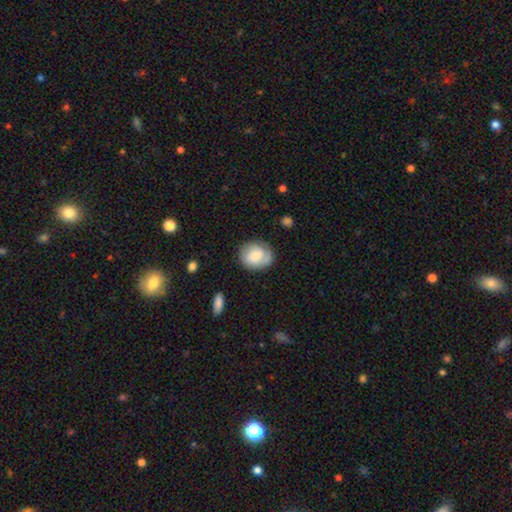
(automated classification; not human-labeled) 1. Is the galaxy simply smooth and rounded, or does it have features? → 50% smooth, 43% featured or disk, 7% star or artifact.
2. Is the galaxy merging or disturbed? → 73% none, 19% minor disturbance, 6% major disturbance, 2% merger.